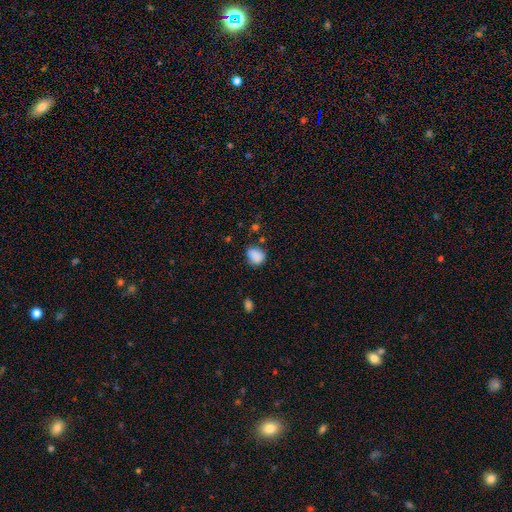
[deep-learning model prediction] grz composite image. It shows a smooth galaxy with no disk features (86%) that is round (52%). Merging: none (66%).